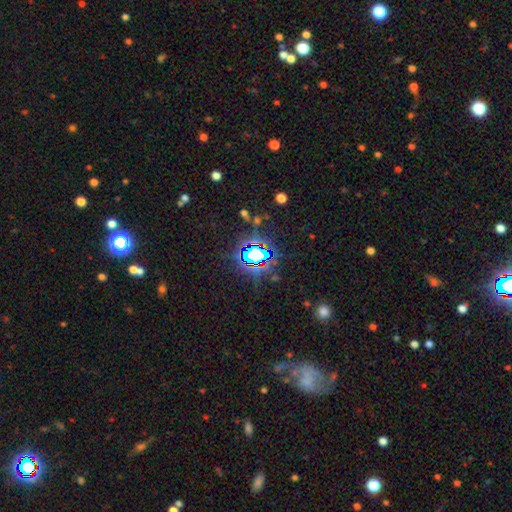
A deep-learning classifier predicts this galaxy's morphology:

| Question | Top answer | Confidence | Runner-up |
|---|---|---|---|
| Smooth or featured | star or artifact | 73% | smooth (15%) |